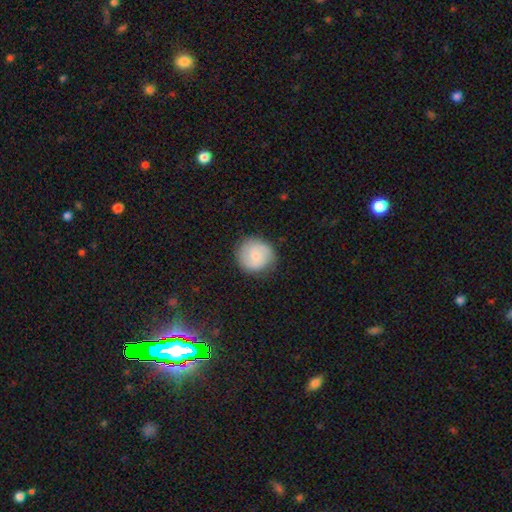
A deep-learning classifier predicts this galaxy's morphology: smooth_or_featured: smooth (p=0.65) [alt: featured or disk p=0.28]
how_rounded: round (p=0.92) [alt: in between p=0.07]
merging: none (p=0.84) [alt: minor disturbance p=0.12]